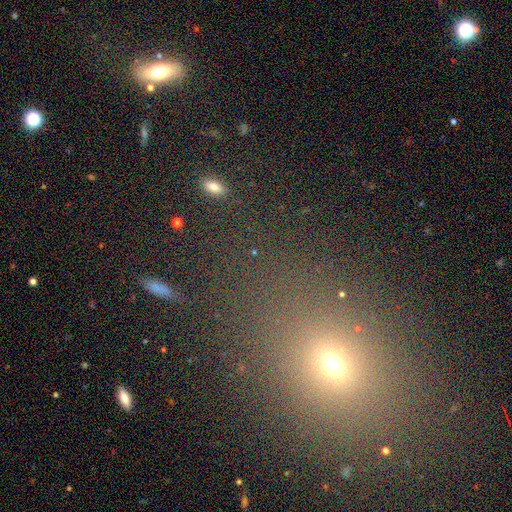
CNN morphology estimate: Overall: star or artifact (45%; smooth 44%).